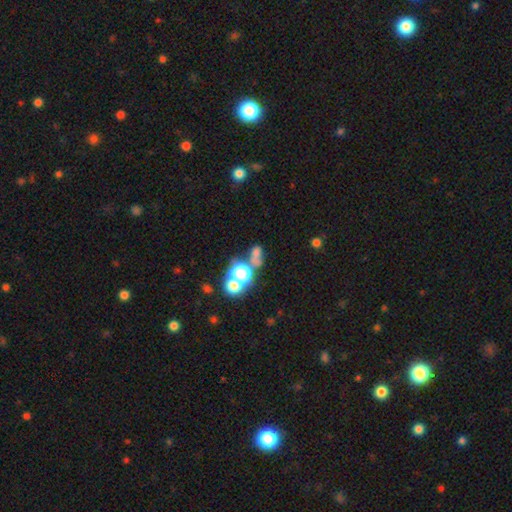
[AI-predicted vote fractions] A smooth galaxy with no disk features (55%) that is round (57%). Merging: merger (42%).